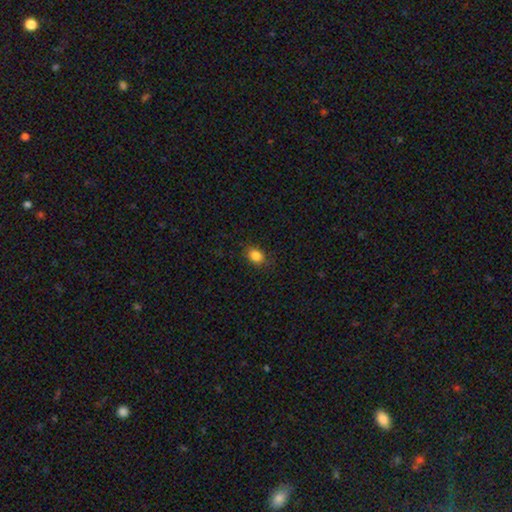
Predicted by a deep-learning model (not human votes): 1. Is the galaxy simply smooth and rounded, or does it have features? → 85% smooth, 10% star or artifact, 5% featured or disk.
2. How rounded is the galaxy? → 59% in between, 39% round, 1% cigar-shaped.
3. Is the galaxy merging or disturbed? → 85% none, 11% minor disturbance, 3% major disturbance, 1% merger.